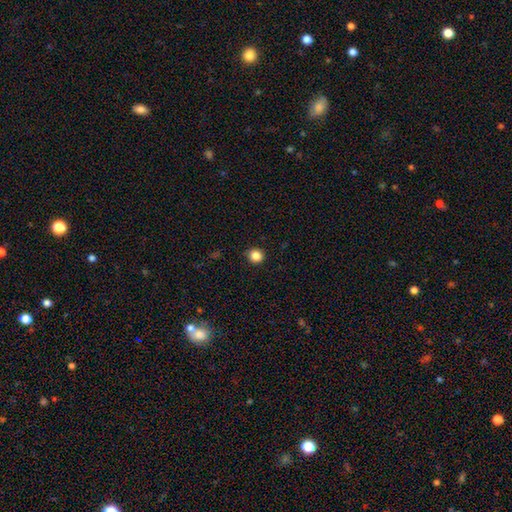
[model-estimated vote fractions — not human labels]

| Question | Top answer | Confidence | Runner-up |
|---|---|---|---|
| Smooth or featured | smooth | 85% | star or artifact (11%) |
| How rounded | round | 92% | in between (8%) |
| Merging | none | 91% | minor disturbance (6%) |